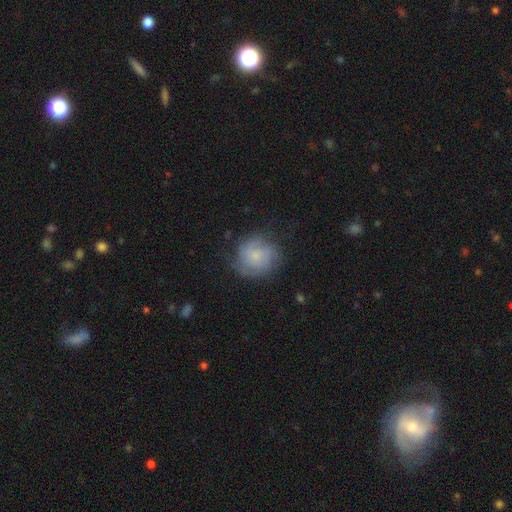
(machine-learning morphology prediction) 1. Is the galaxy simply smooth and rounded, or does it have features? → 54% smooth, 37% featured or disk, 8% star or artifact.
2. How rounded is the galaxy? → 87% round, 12% in between, 1% cigar-shaped.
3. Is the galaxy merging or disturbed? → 66% none, 23% minor disturbance, 10% major disturbance, 1% merger.